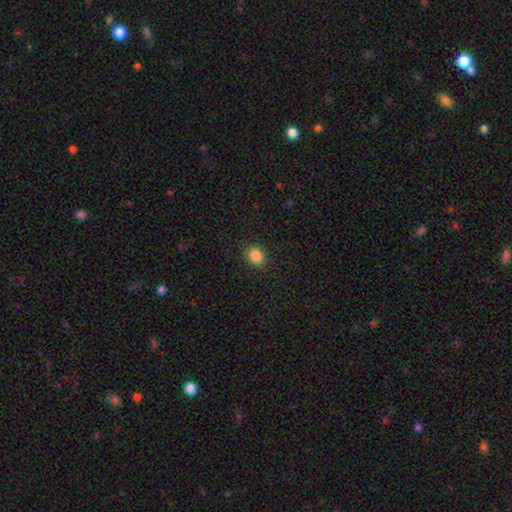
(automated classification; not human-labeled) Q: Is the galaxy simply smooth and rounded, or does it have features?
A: smooth — 86%.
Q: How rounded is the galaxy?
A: round — 52%.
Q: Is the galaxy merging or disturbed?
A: none — 88%.